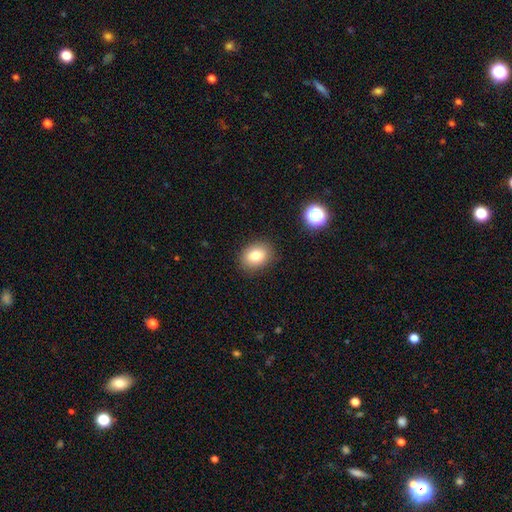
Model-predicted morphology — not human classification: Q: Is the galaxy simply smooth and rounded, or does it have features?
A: smooth — 81%.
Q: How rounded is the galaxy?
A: in between — 60%.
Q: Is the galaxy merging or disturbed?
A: none — 87%.